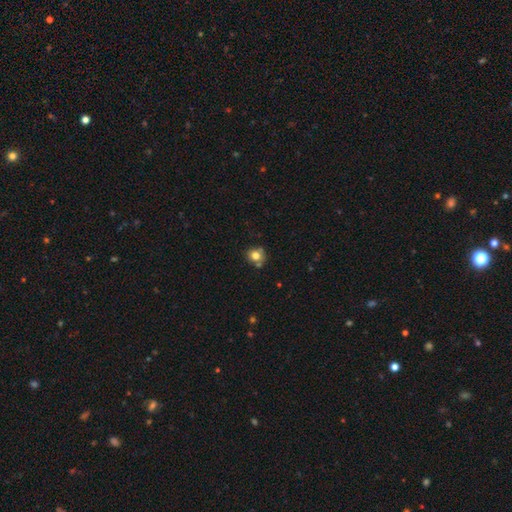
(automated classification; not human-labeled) This is likely a smooth galaxy (77%). How rounded: likely round (79%). Merging: likely none (66%).